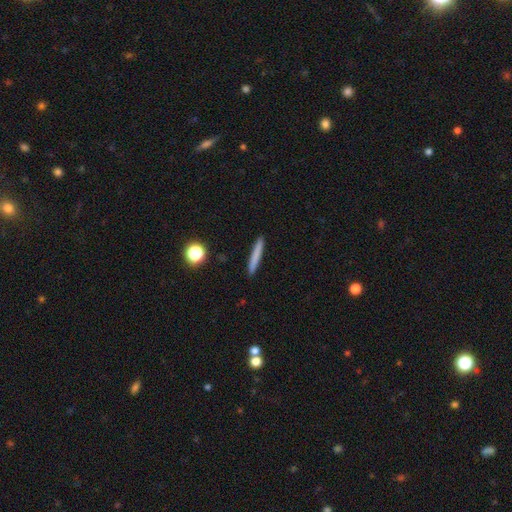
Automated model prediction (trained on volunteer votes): A smooth galaxy with no disk features (75%) that is cigar-shaped (96%). Merging: none (92%).